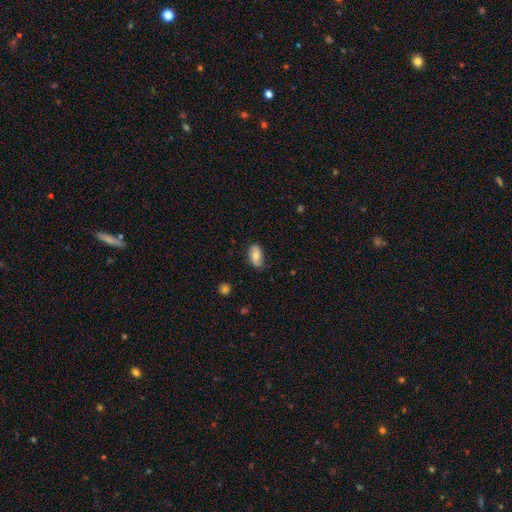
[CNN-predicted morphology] smooth_or_featured: smooth (p=0.73) [alt: featured or disk p=0.20]
how_rounded: in between (p=0.93) [alt: round p=0.04]
merging: none (p=0.76) [alt: minor disturbance p=0.20]